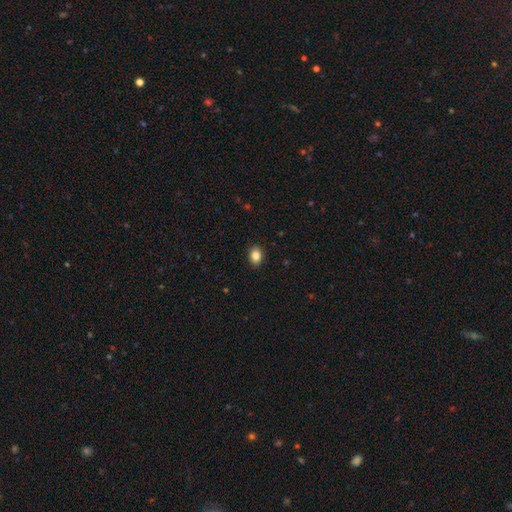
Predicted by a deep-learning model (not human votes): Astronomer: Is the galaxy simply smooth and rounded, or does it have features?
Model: smooth — 86%.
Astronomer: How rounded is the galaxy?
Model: in between — 73%.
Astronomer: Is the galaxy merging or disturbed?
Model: none — 90%.